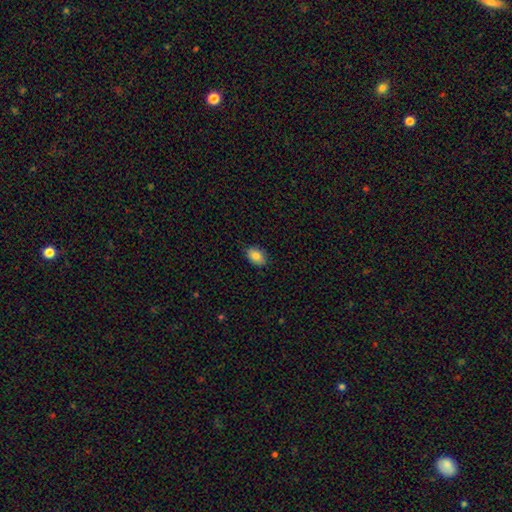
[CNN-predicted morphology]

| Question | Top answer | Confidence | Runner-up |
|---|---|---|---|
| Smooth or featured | smooth | 86% | star or artifact (8%) |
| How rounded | in between | 84% | round (15%) |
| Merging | none | 85% | minor disturbance (12%) |